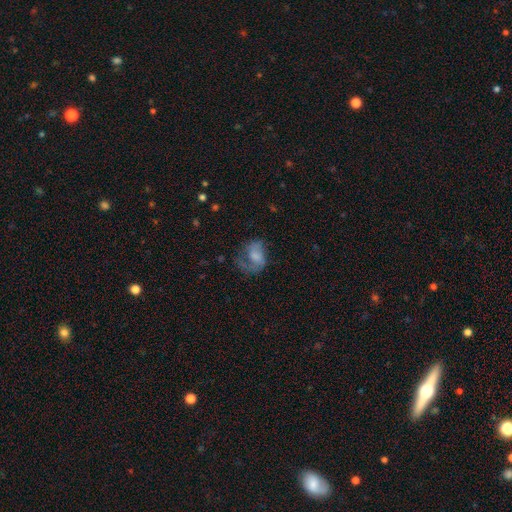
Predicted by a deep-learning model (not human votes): smooth-or-featured: featured or disk: 50% | smooth: 40% | star or artifact: 10%
  disk-edge-on: no: 97% | yes: 3%
  merging: major disturbance: 38% | none: 36% | minor disturbance: 23% | merger: 3%